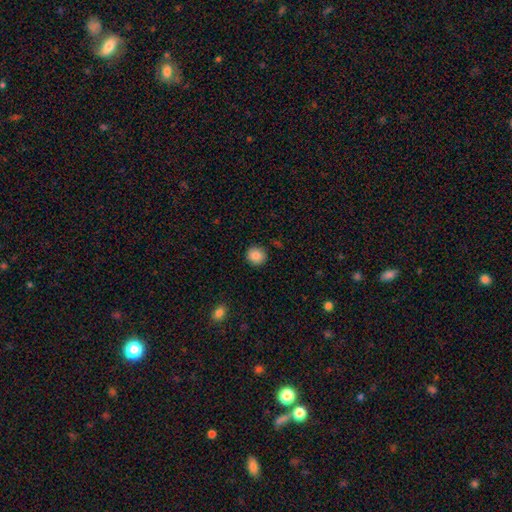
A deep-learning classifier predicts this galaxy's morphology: This appears to be a smooth galaxy with no disk features (87%) that is round (88%). Merging: none (90%).